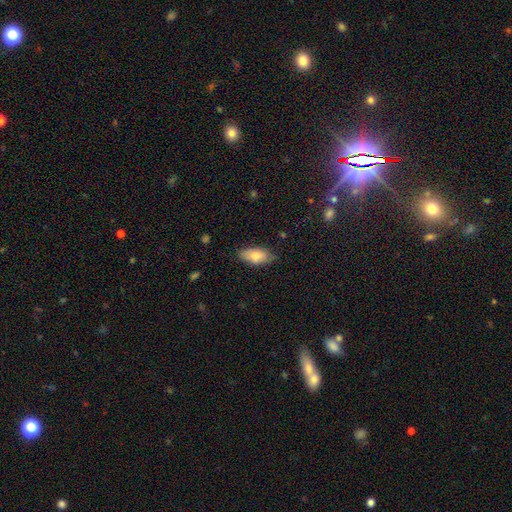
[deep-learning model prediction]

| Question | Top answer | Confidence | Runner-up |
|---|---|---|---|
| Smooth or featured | smooth | 81% | featured or disk (12%) |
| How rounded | in between | 90% | cigar-shaped (8%) |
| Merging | none | 77% | minor disturbance (19%) |